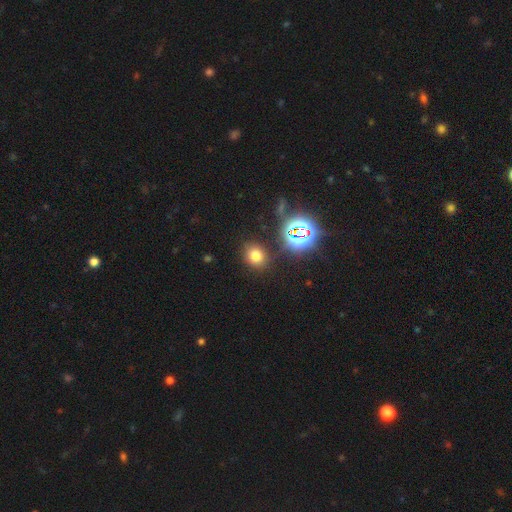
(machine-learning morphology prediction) Smooth or featured? Predicted: smooth (p=0.67). How rounded? Predicted: round (p=0.69). Merging? Predicted: none (p=0.83).